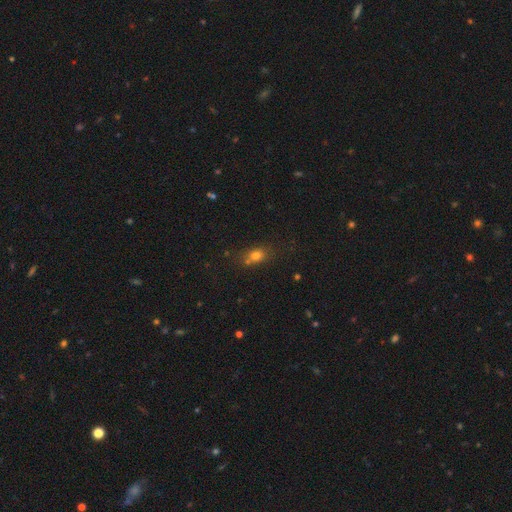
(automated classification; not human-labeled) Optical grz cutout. It shows a smooth galaxy with no disk features (75%) that is in between round and cigar-shaped (56%). Merging: none (62%).